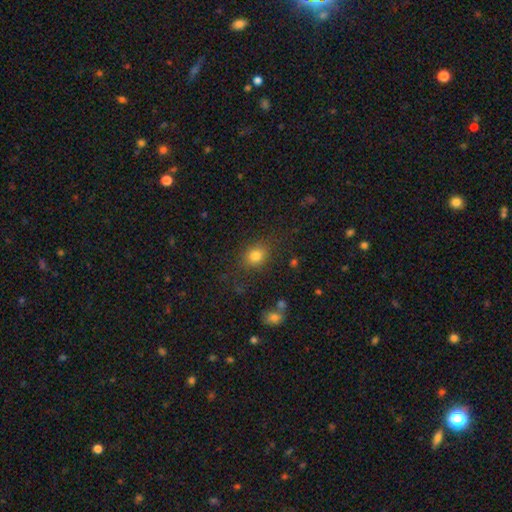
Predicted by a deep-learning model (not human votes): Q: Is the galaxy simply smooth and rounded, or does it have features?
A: smooth — 80%.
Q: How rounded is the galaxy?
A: round — 57%.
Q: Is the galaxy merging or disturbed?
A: none — 79%.